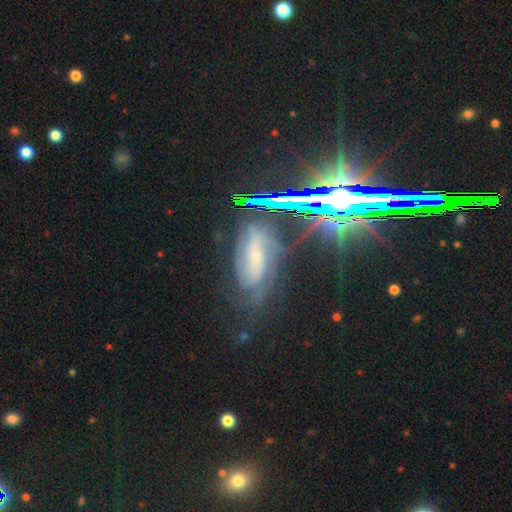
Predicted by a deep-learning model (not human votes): Q: Smooth or featured?
A: featured or disk (51%); runner-up: star or artifact (28%)
Q: Edge-on disk?
A: no (81%); runner-up: yes (19%)
Q: Merging?
A: none (57%); runner-up: minor disturbance (24%)